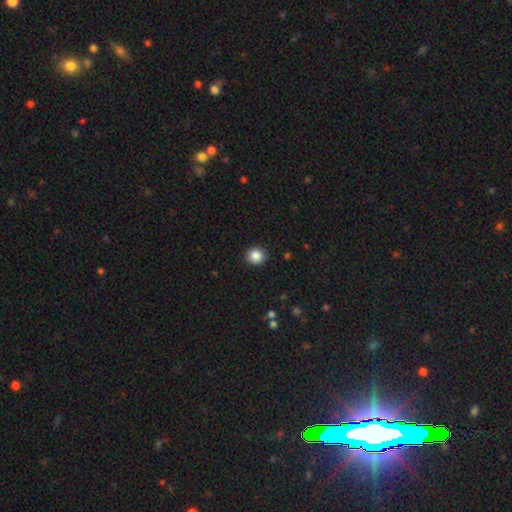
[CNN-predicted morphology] smooth 87%, star or artifact 10%, featured or disk 4%. Down the decision tree: how rounded — round (90%); merging — none (92%).